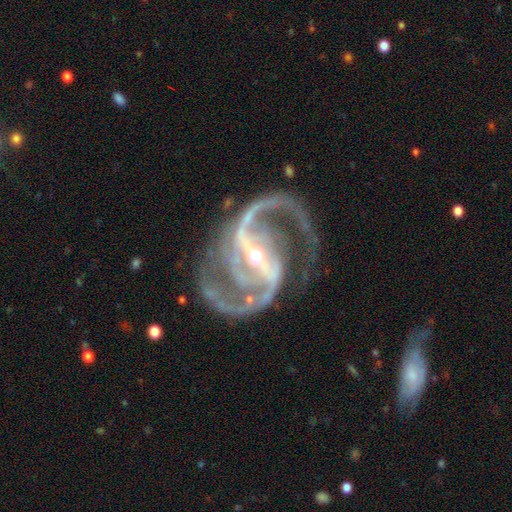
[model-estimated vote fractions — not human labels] Smooth or featured?
  - featured or disk: 93% *
  - star or artifact: 4%
  - smooth: 2%
Edge-on disk?
  - no: 98% *
  - yes: 2%
Bar?
  - strong: 67% *
  - weak: 23%
  - no: 10%
Spiral arms?
  - yes: 97% *
  - no: 3%
Spiral winding?
  - medium: 59% *
  - loose: 26%
  - tight: 15%
Spiral arm count?
  - 2: 92% *
  - 3: 2%
  - can't tell: 2%
  - 1: 2%
  - 4: 1%
  - more than 4: 1%
Bulge size?
  - moderate: 48% *
  - small: 47%
  - large: 3%
  - none: 1%
  - dominant: 1%
Merging?
  - none: 64% *
  - minor disturbance: 16%
  - major disturbance: 16%
  - merger: 4%